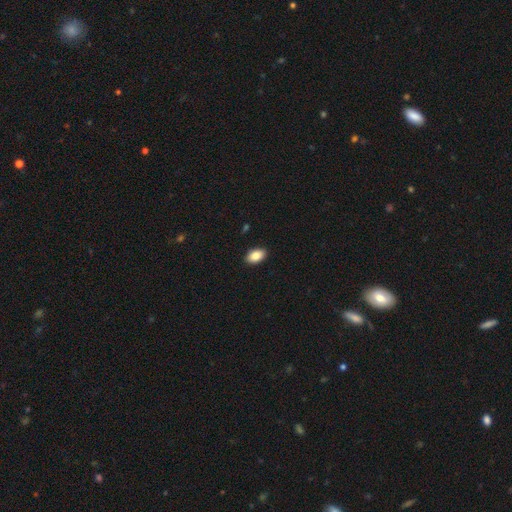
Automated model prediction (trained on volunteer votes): Smooth or featured?
  - smooth: 87% *
  - star or artifact: 7%
  - featured or disk: 6%
How rounded?
  - in between: 92% *
  - round: 7%
  - cigar-shaped: 1%
Merging?
  - none: 90% *
  - minor disturbance: 7%
  - major disturbance: 2%
  - merger: 1%